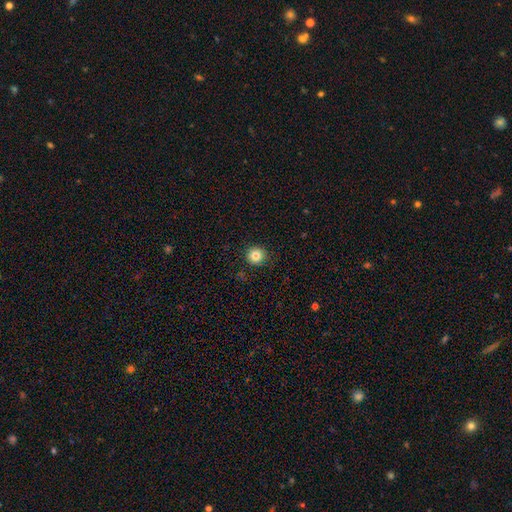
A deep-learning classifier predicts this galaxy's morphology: A smooth galaxy with no disk features (83%) that is round (93%). Merging: none (91%).